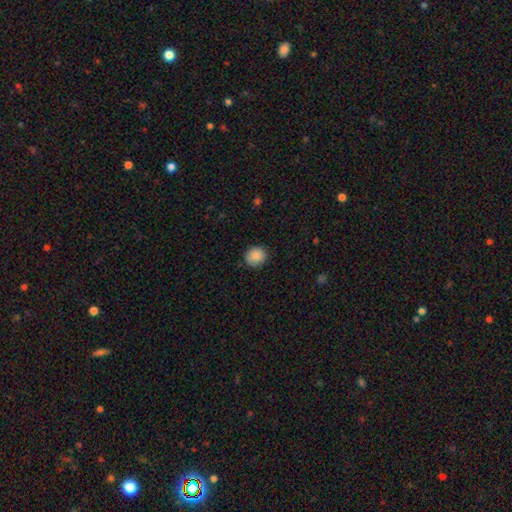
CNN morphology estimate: Smooth or featured: smooth — 86% (star or artifact — 9%)
How rounded: round — 83% (in between — 16%)
Merging: none — 87% (minor disturbance — 10%)